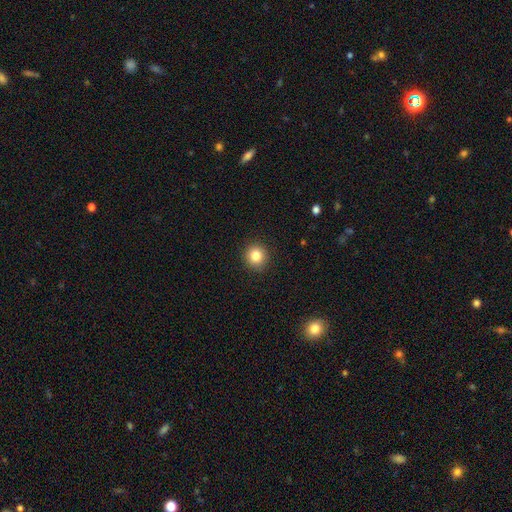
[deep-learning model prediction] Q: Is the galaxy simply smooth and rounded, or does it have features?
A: smooth — 82%.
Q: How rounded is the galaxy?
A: round — 92%.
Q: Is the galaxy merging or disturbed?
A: none — 92%.